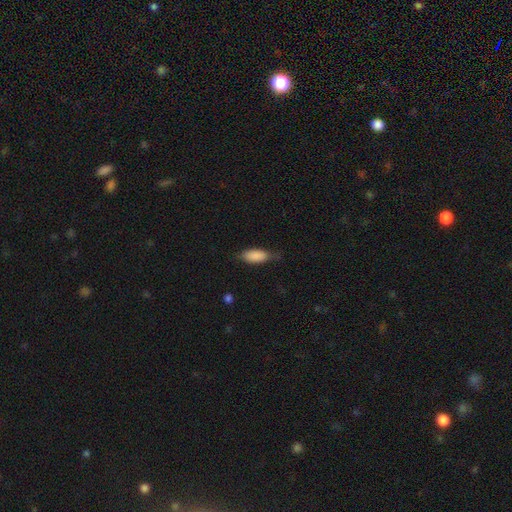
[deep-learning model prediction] This is clearly a smooth galaxy (84%). How rounded: clearly in between (82%). Merging: possibly none (60%).